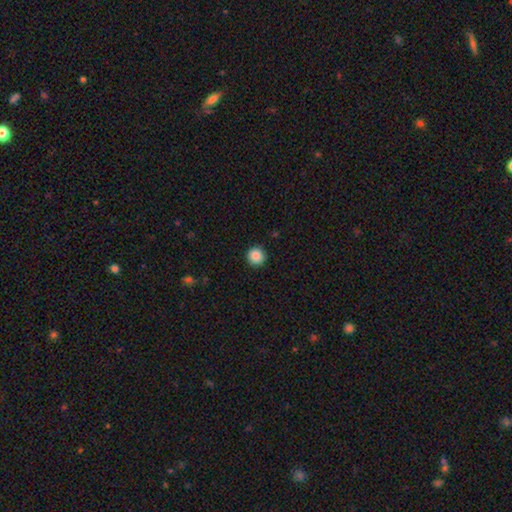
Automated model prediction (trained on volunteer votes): smooth_or_featured: smooth (p=0.88) [alt: star or artifact p=0.10]
how_rounded: round (p=0.96) [alt: in between p=0.03]
merging: none (p=0.92) [alt: minor disturbance p=0.05]